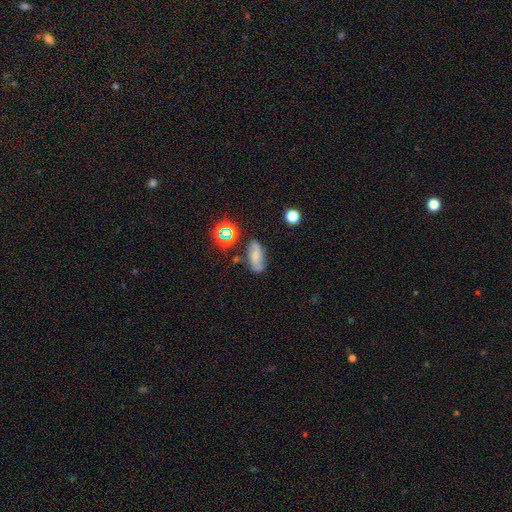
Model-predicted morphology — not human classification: Smooth or featured? Predicted: smooth (p=0.54). How rounded? Predicted: in between (p=0.73). Merging? Predicted: none (p=0.65).